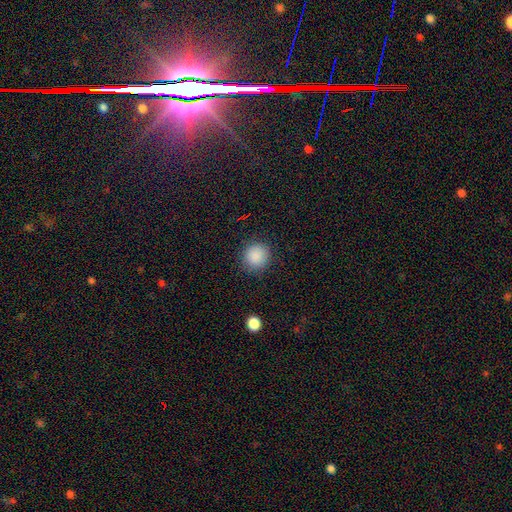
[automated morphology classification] A smooth galaxy with no disk features (88%) that is round (91%). Merging: none (88%).